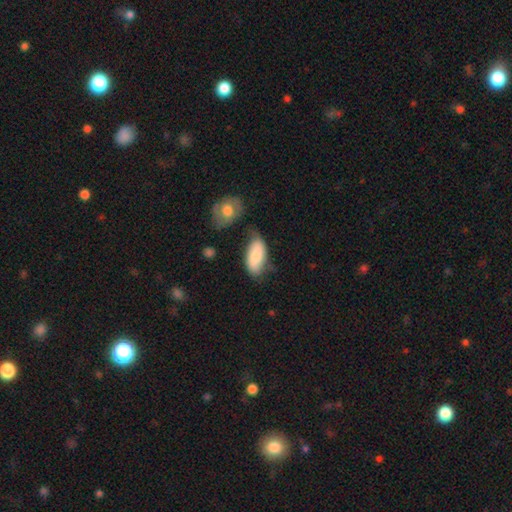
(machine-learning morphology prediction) A smooth galaxy with no disk features (77%) that is in between round and cigar-shaped (91%).

Vote fractions:
- Smooth or featured? smooth: 77% / featured or disk: 17% / star or artifact: 6%
- How rounded? in between: 91% / cigar-shaped: 7% / round: 3%
- Merging? none: 51% / minor disturbance: 29% / merger: 11% / major disturbance: 9%